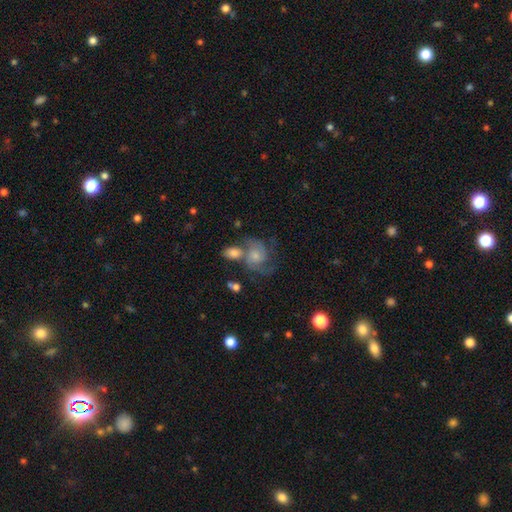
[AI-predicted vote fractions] Smooth or featured?
  - featured or disk: 73% *
  - smooth: 19%
  - star or artifact: 8%
Edge-on disk?
  - no: 98% *
  - yes: 2%
Bar?
  - no: 70% *
  - weak: 26%
  - strong: 4%
Spiral arms?
  - yes: 93% *
  - no: 7%
Spiral winding?
  - medium: 51% *
  - tight: 29%
  - loose: 20%
Spiral arm count?
  - 2: 65% *
  - 3: 14%
  - can't tell: 12%
  - 1: 4%
  - 4: 3%
  - more than 4: 3%
Bulge size?
  - small: 48% *
  - moderate: 38%
  - none: 7%
  - large: 5%
  - dominant: 2%
Merging?
  - none: 42% *
  - merger: 27%
  - minor disturbance: 17%
  - major disturbance: 13%